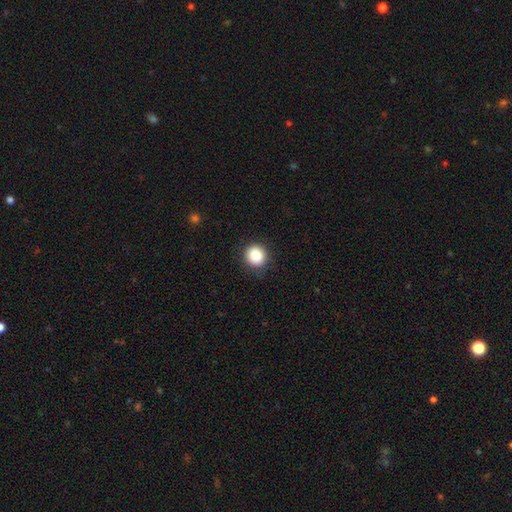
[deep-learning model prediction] Q: Smooth or featured?
A: smooth (86%); runner-up: star or artifact (9%)
Q: How rounded?
A: round (91%); runner-up: in between (8%)
Q: Merging?
A: none (88%); runner-up: minor disturbance (8%)